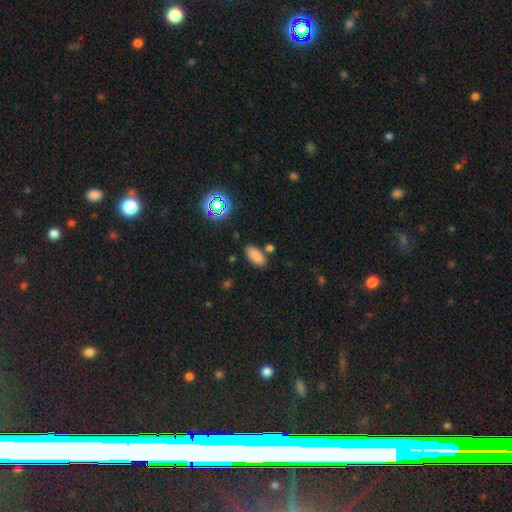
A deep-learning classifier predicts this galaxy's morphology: smooth_or_featured: smooth (p=0.82) [alt: star or artifact p=0.14]
how_rounded: in between (p=0.88) [alt: cigar-shaped p=0.08]
merging: none (p=0.78) [alt: minor disturbance p=0.11]